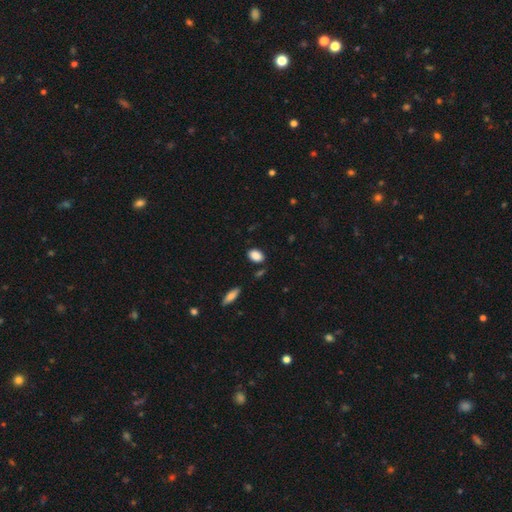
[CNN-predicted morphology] Smooth or featured?
  - smooth: 88% *
  - star or artifact: 8%
  - featured or disk: 4%
How rounded?
  - in between: 84% *
  - round: 14%
  - cigar-shaped: 2%
Merging?
  - none: 84% *
  - minor disturbance: 11%
  - merger: 3%
  - major disturbance: 3%